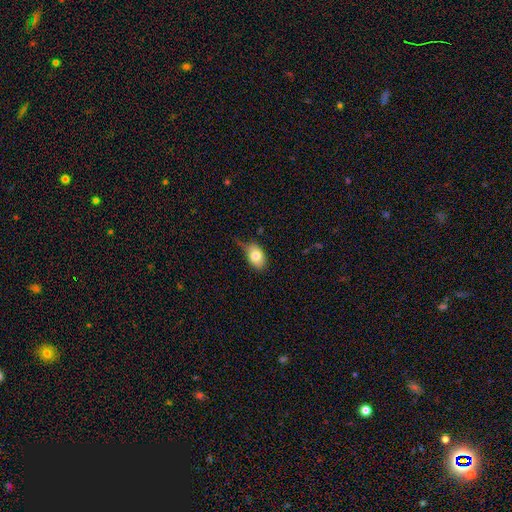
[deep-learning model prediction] The model was most divided on "merging": none: 41%, minor disturbance: 40%, major disturbance: 16%, merger: 3%. More confident: how rounded — in between (83%); smooth or featured — smooth (77%).